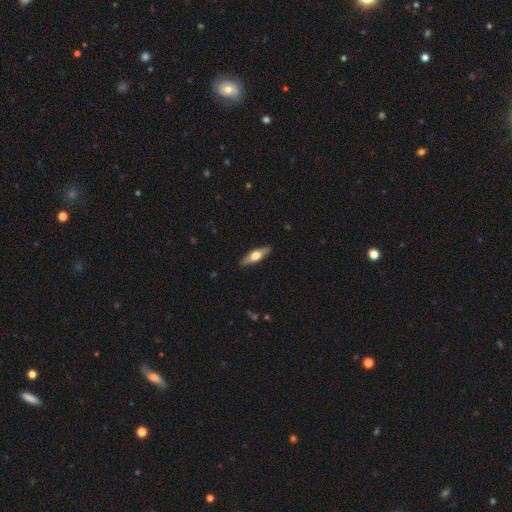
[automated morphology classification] Overall: smooth (49%; featured or disk 45%). Merging: none (88%).